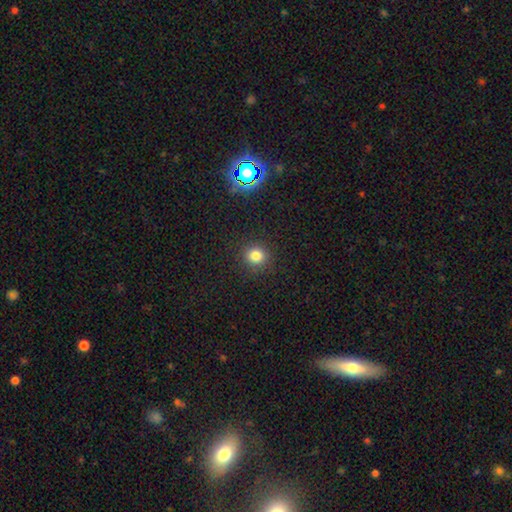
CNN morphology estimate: The model was most divided on "smooth or featured": smooth: 80%, star or artifact: 15%, featured or disk: 5%. More confident: merging — none (90%); how rounded — round (89%).